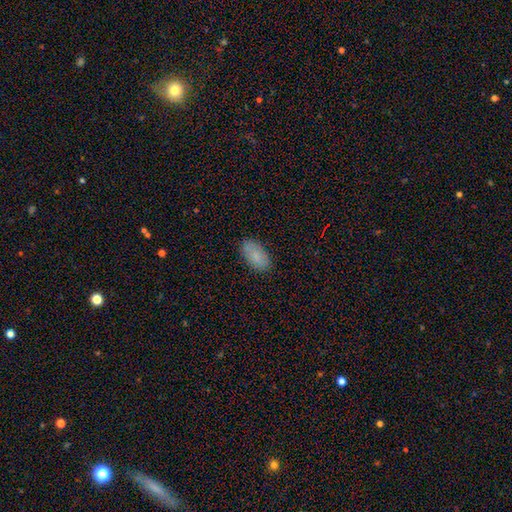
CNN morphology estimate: Smooth or featured? Predicted: smooth (p=0.86). How rounded? Predicted: in between (p=0.94). Merging? Predicted: none (p=0.87).